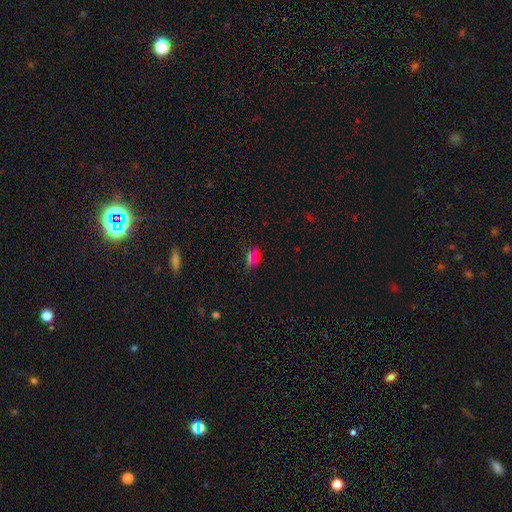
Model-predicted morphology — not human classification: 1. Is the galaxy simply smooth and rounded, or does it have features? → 52% smooth, 39% star or artifact, 9% featured or disk.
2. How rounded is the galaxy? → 67% in between, 24% round, 10% cigar-shaped.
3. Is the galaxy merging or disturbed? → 77% none, 13% minor disturbance, 6% major disturbance, 4% merger.